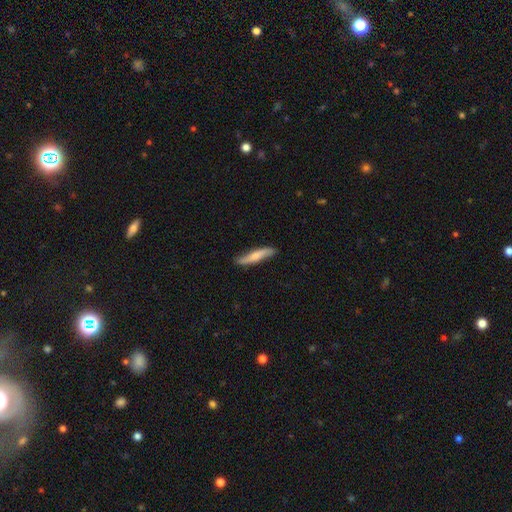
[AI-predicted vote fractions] Q: Smooth or featured?
A: smooth (59%); runner-up: featured or disk (36%)
Q: How rounded?
A: cigar-shaped (87%); runner-up: in between (11%)
Q: Merging?
A: none (81%); runner-up: minor disturbance (15%)